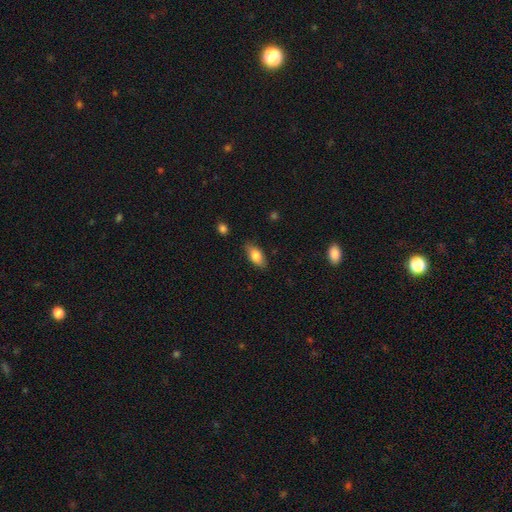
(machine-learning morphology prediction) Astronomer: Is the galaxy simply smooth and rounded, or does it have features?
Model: smooth — 80%.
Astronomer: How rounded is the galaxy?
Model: in between — 88%.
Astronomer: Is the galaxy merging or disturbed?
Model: none — 84%.